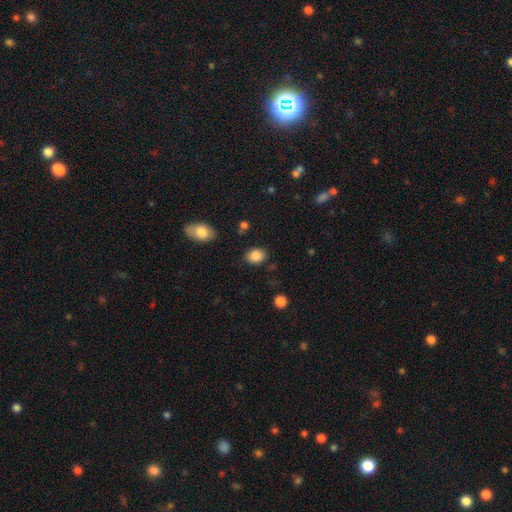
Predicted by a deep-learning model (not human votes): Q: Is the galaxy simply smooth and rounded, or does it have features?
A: smooth — 86%.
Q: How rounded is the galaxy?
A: in between — 63%.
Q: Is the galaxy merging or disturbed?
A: none — 82%.